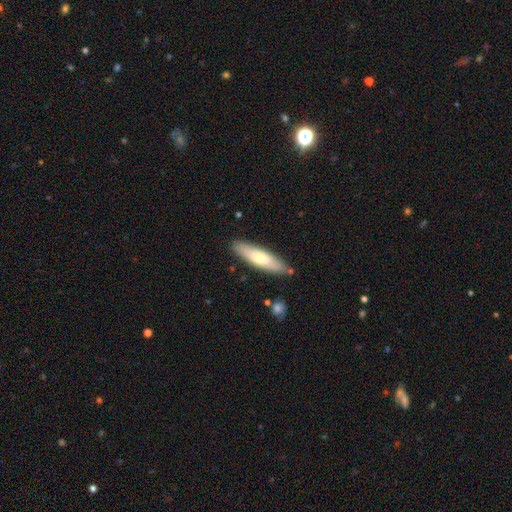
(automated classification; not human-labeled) Q: Smooth or featured?
A: smooth (64%); runner-up: featured or disk (30%)
Q: How rounded?
A: cigar-shaped (71%); runner-up: in between (27%)
Q: Merging?
A: none (87%); runner-up: minor disturbance (10%)